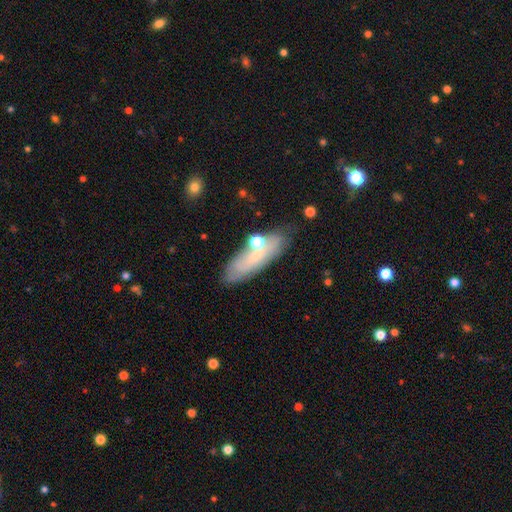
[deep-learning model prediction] This is possibly a smooth galaxy (55%). How rounded: possibly in between (52%). Merging: likely none (71%).